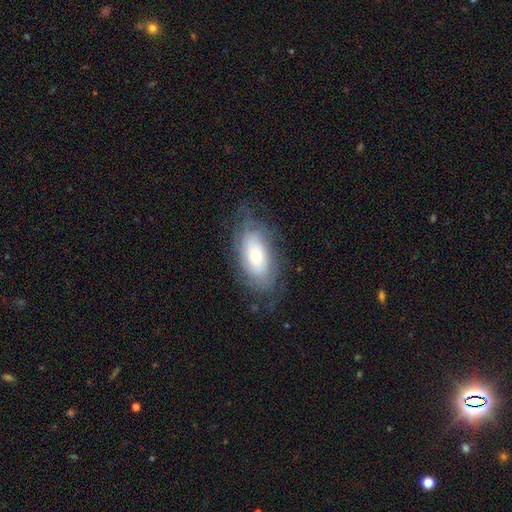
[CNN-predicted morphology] Smooth or featured? featured or disk (52%)
Edge-on disk? no (89%)
Merging? none (68%)